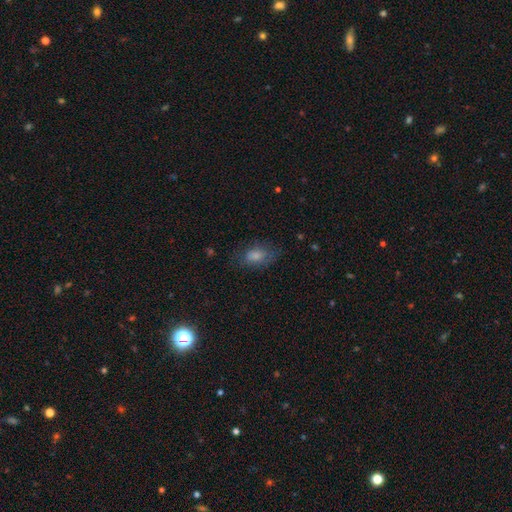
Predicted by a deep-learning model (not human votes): Overall: smooth (73%). How rounded: in between (85%). Merging: none (60%; minor disturbance 25%).